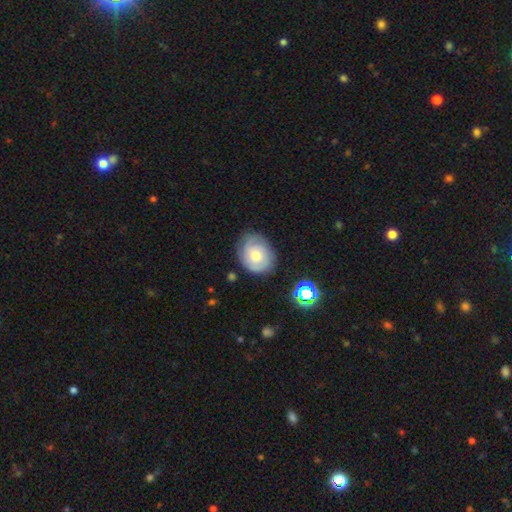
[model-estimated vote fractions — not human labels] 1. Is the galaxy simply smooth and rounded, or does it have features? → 48% featured or disk, 43% smooth, 9% star or artifact.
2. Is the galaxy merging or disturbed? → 73% none, 20% minor disturbance, 5% major disturbance, 2% merger.